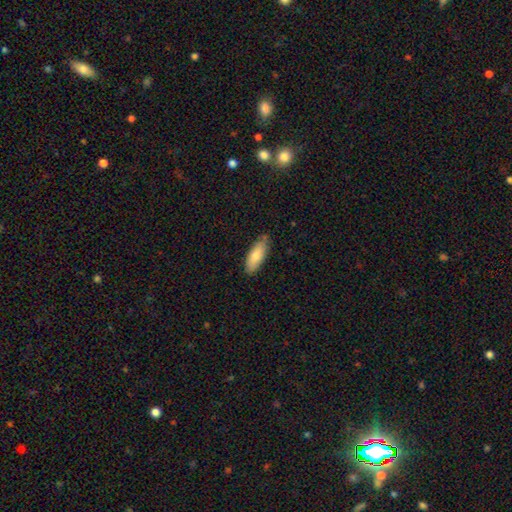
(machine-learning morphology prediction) Smooth or featured? Predicted: smooth (p=0.79). How rounded? Predicted: in between (p=0.70). Merging? Predicted: none (p=0.80).